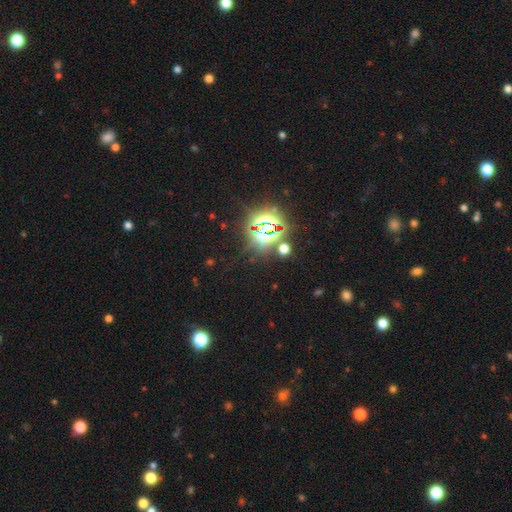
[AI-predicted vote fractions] smooth_or_featured: star or artifact (p=0.82) [alt: smooth p=0.11]